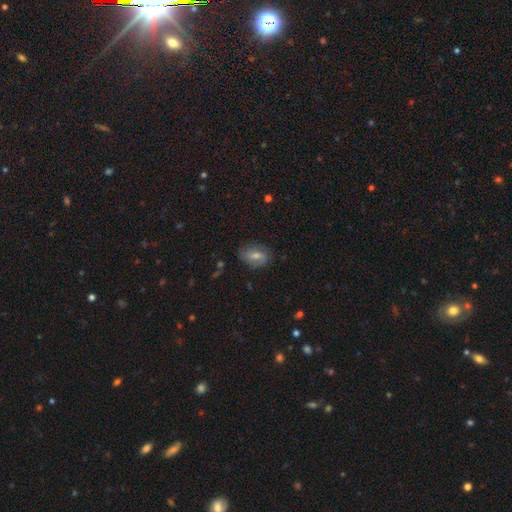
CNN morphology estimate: Smooth or featured?
  - featured or disk: 45% *
  - smooth: 40%
  - star or artifact: 15%
Merging?
  - none: 79% *
  - minor disturbance: 15%
  - major disturbance: 4%
  - merger: 1%